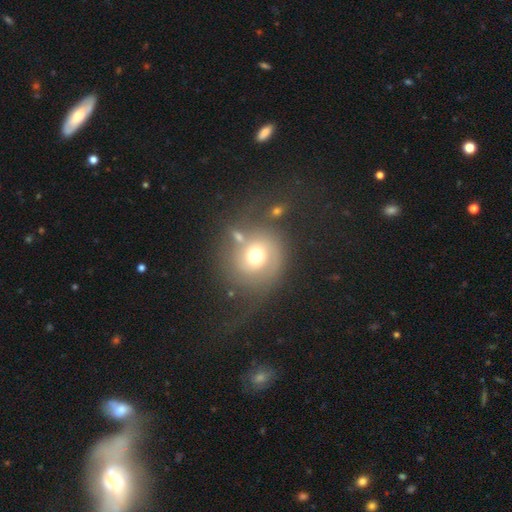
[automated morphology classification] Q: Smooth or featured?
A: featured or disk (54%); runner-up: smooth (35%)
Q: Edge-on disk?
A: no (97%); runner-up: yes (3%)
Q: Bar?
A: no (81%); runner-up: weak (16%)
Q: Spiral arms?
A: yes (75%); runner-up: no (25%)
Q: Bulge size?
A: moderate (68%); runner-up: small (17%)
Q: Merging?
A: none (49%); runner-up: major disturbance (22%)